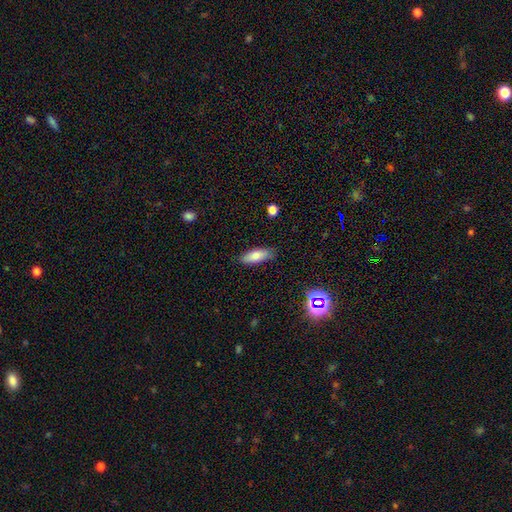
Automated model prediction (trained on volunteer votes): Q: Smooth or featured?
A: smooth (77%); runner-up: featured or disk (14%)
Q: How rounded?
A: in between (71%); runner-up: cigar-shaped (26%)
Q: Merging?
A: none (85%); runner-up: minor disturbance (12%)